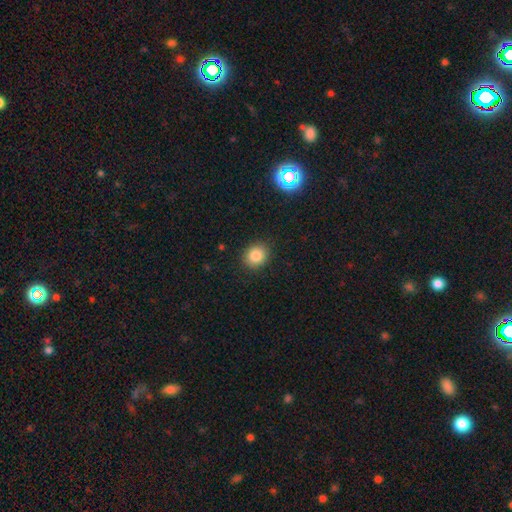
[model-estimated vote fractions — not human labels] Smooth or featured: smooth — 84% (star or artifact — 11%)
How rounded: round — 68% (in between — 31%)
Merging: none — 88% (minor disturbance — 8%)